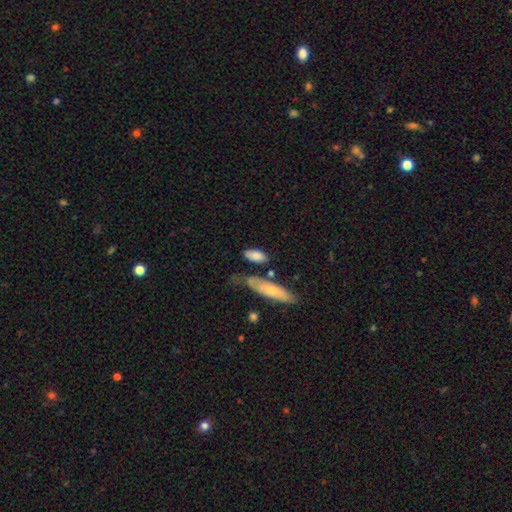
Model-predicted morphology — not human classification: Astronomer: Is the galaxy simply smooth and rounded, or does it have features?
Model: smooth — 80%.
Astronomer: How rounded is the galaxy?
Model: in between — 76%.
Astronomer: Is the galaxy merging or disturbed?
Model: none — 63%.